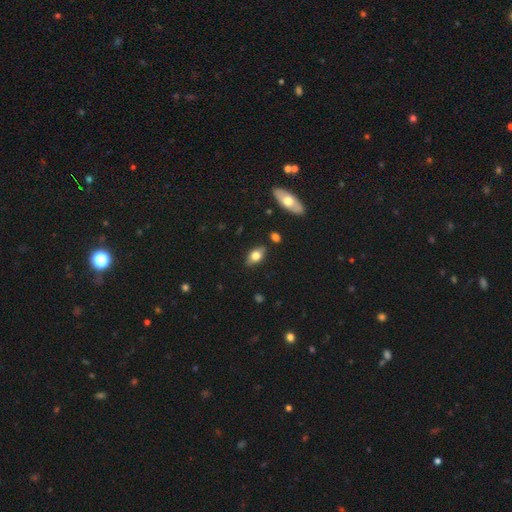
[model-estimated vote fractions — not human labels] Morphology: type=smooth (70%); roundness=in between (88%); merging=none (83%).